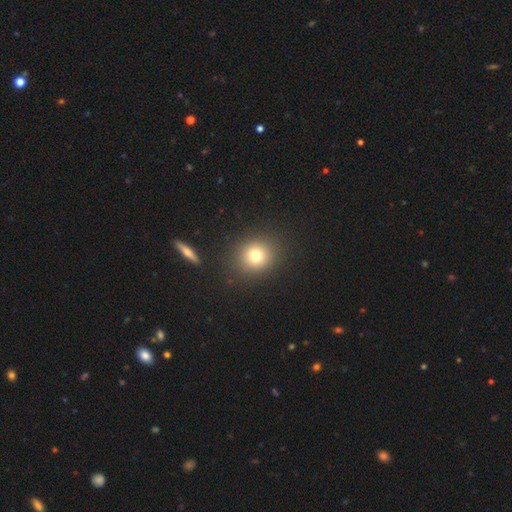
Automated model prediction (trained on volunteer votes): A smooth galaxy with no disk features (76%) that is round (83%). Merging: none (88%).